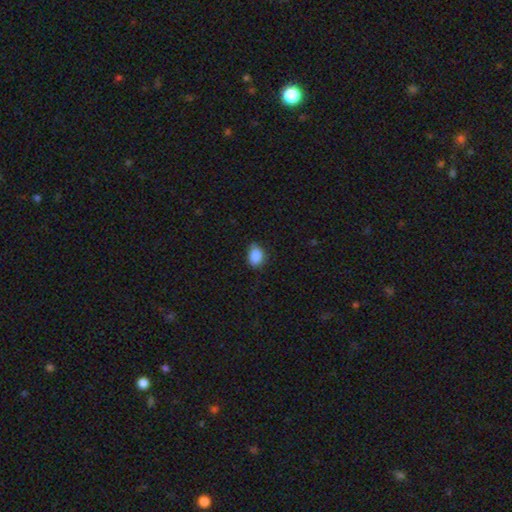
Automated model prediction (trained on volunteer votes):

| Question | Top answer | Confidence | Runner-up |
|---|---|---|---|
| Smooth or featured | smooth | 87% | star or artifact (9%) |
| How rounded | in between | 68% | round (31%) |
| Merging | none | 68% | minor disturbance (27%) |